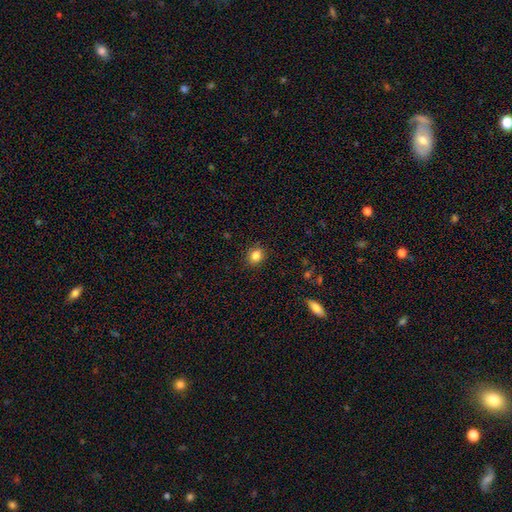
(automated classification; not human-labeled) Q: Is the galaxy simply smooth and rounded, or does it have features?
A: smooth — 84%.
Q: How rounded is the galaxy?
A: round — 64%.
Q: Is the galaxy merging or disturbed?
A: none — 89%.